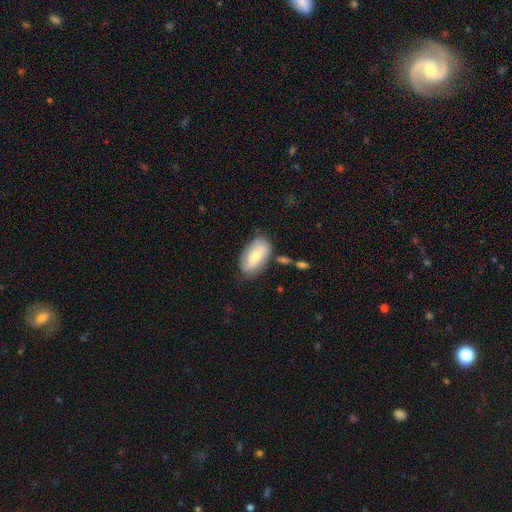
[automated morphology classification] A smooth galaxy with no disk features (60%) that is in between round and cigar-shaped (93%).

Vote fractions:
- Smooth or featured? smooth: 60% / featured or disk: 34% / star or artifact: 6%
- How rounded? in between: 93% / round: 4% / cigar-shaped: 4%
- Merging? none: 73% / minor disturbance: 18% / merger: 5% / major disturbance: 5%